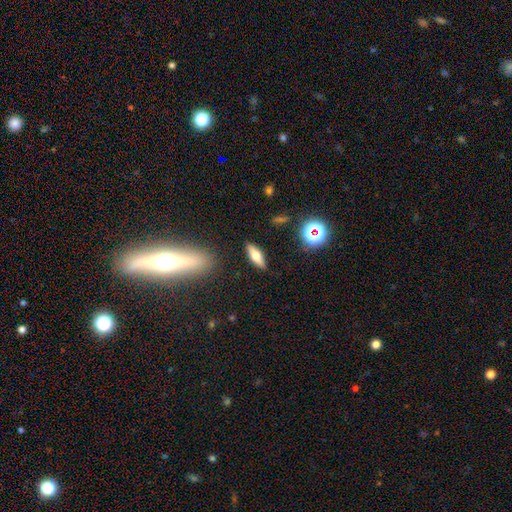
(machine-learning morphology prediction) This is possibly a smooth galaxy (56%). How rounded: possibly in between (55%). Merging: clearly none (87%).